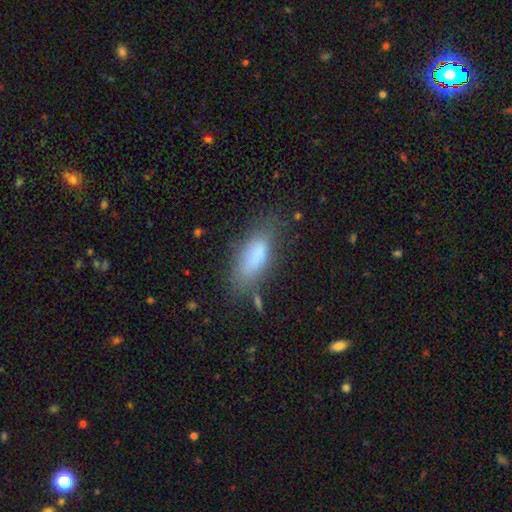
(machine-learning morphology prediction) smooth-or-featured: smooth: 79% | featured or disk: 12% | star or artifact: 9%
  how-rounded: in between: 77% | cigar-shaped: 20% | round: 3%
  merging: none: 60% | minor disturbance: 24% | major disturbance: 12% | merger: 4%